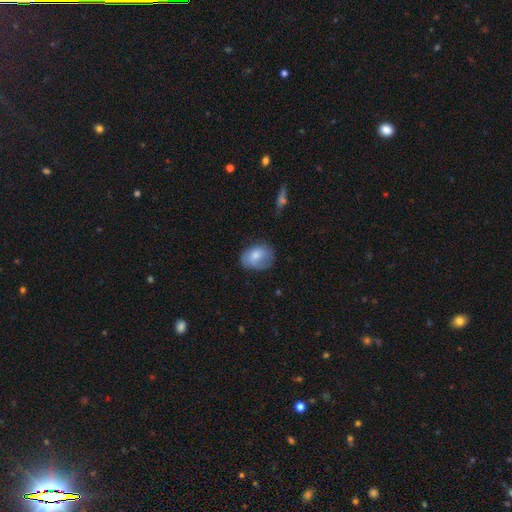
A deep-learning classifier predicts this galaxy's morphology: Smooth or featured?
  - smooth: 76% *
  - featured or disk: 17%
  - star or artifact: 7%
How rounded?
  - in between: 64% *
  - round: 35%
  - cigar-shaped: 1%
Merging?
  - none: 64% *
  - minor disturbance: 27%
  - major disturbance: 8%
  - merger: 2%